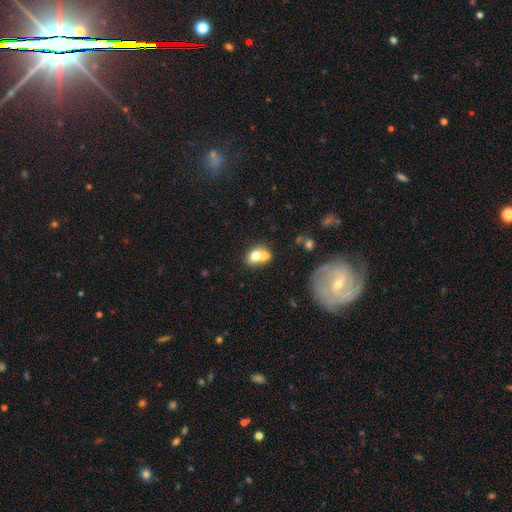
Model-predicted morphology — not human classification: This appears to be a smooth galaxy with no disk features (69%) that is in between round and cigar-shaped (55%). Merging: merger (59%).